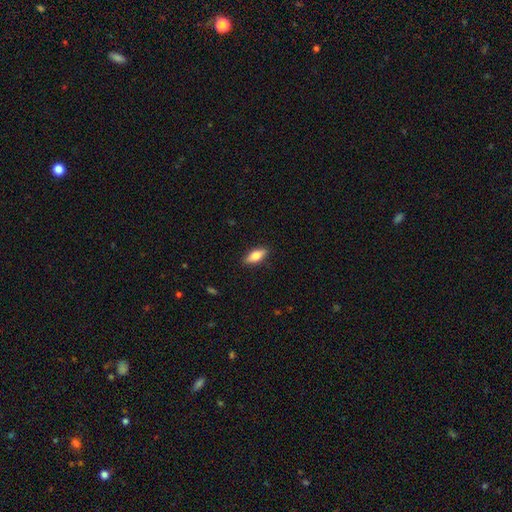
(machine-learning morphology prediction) This appears to be a smooth galaxy with no disk features (72%) that is in between round and cigar-shaped (76%). Merging: none (87%).